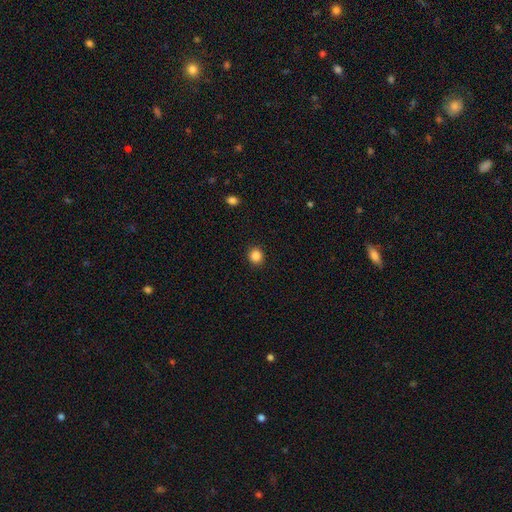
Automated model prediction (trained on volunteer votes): The model was most divided on "how rounded": round: 83%, in between: 16%, cigar-shaped: 1%. More confident: merging — none (90%); smooth or featured — smooth (87%).